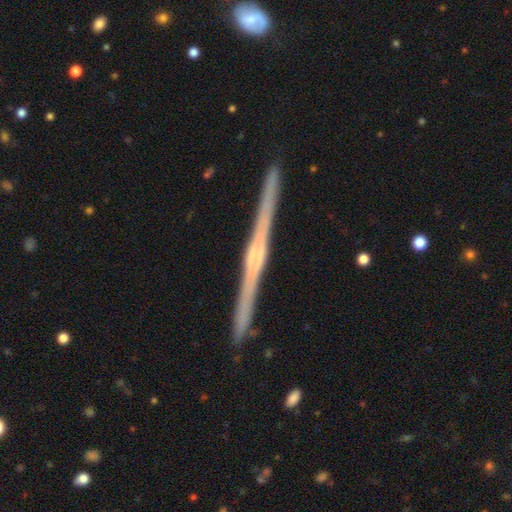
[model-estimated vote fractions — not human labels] Smooth or featured: featured or disk — 85% (smooth — 10%)
Edge-on disk: yes — 99% (no — 1%)
Edge-on bulge: rounded — 60% (none — 24%)
Merging: none — 92% (minor disturbance — 5%)